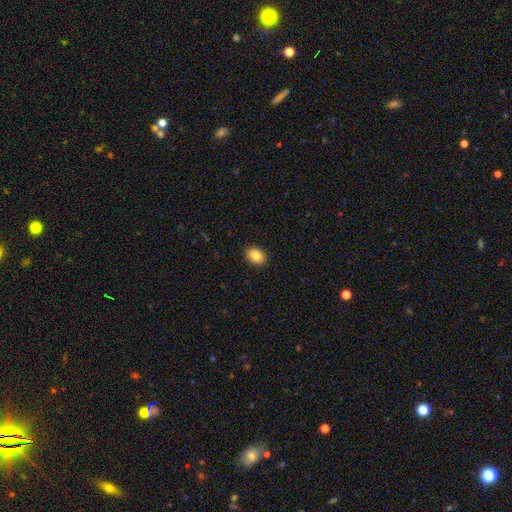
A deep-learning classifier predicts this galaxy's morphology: type=smooth (86%); roundness=in between (75%); merging=none (90%).